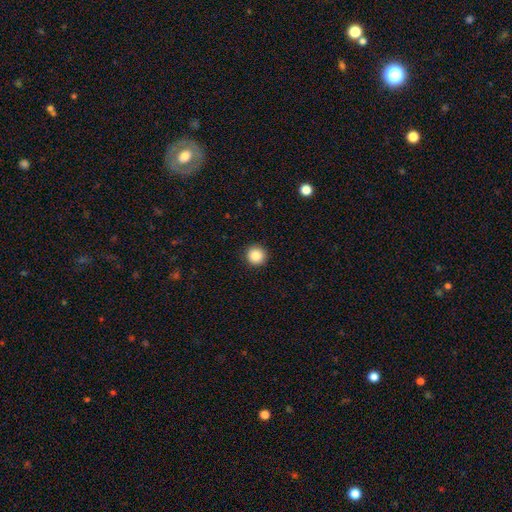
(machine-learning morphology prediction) Smooth or featured?
  - smooth: 87% *
  - star or artifact: 9%
  - featured or disk: 3%
How rounded?
  - round: 95% *
  - in between: 4%
  - cigar-shaped: 1%
Merging?
  - none: 92% *
  - minor disturbance: 6%
  - major disturbance: 2%
  - merger: 1%